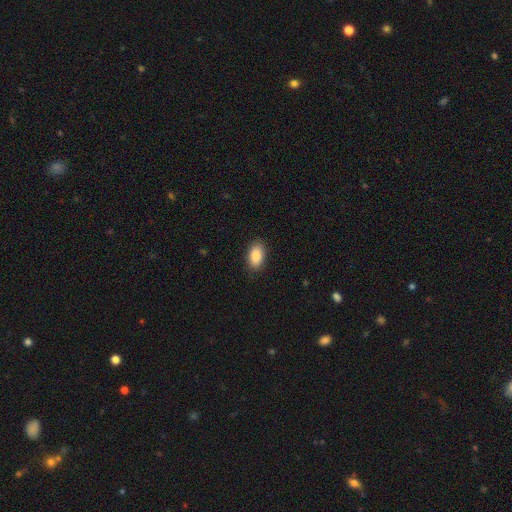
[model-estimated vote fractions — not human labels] smooth 87%, star or artifact 7%, featured or disk 6%. Down the decision tree: how rounded — in between (92%); merging — none (88%).